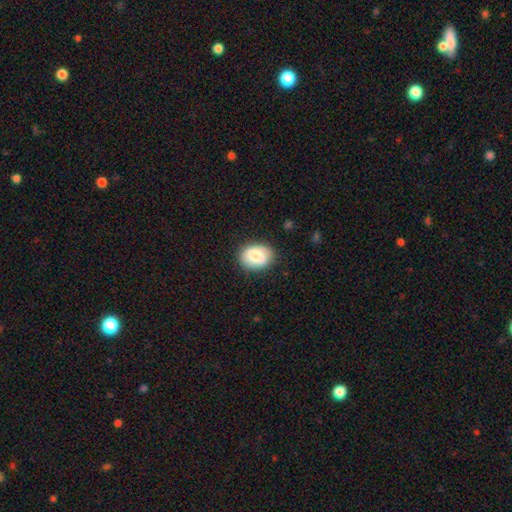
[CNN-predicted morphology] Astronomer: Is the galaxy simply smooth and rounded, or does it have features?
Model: smooth — 69%.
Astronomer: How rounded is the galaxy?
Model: in between — 69%.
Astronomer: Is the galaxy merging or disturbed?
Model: none — 80%.